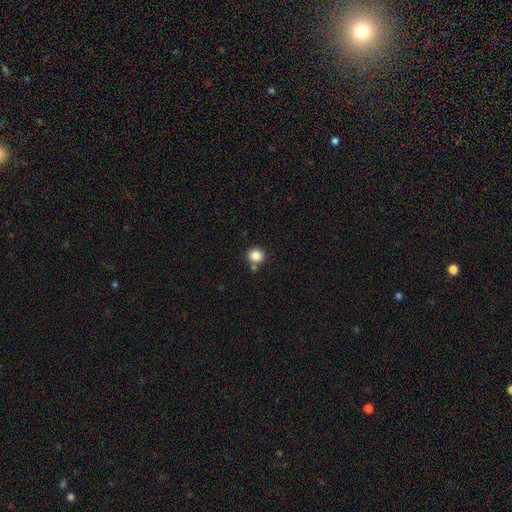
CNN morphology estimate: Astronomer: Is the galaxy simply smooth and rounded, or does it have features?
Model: smooth — 85%.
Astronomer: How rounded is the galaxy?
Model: round — 91%.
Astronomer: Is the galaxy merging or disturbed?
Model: none — 76%.